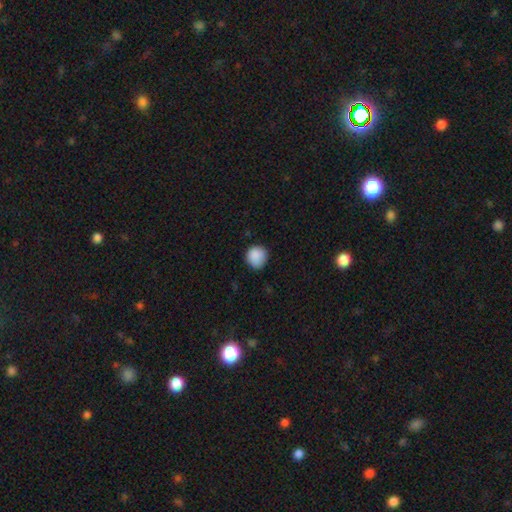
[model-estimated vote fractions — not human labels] Overall: smooth (88%). How rounded: round (90%). Merging: none (79%).